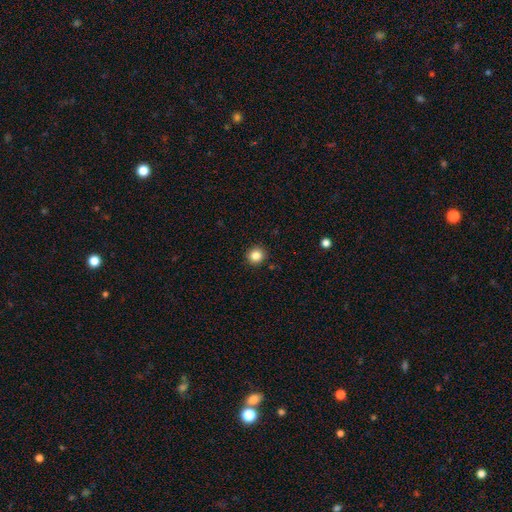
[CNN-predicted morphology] This appears to be a smooth galaxy with no disk features (85%) that is round (92%). Merging: none (92%).